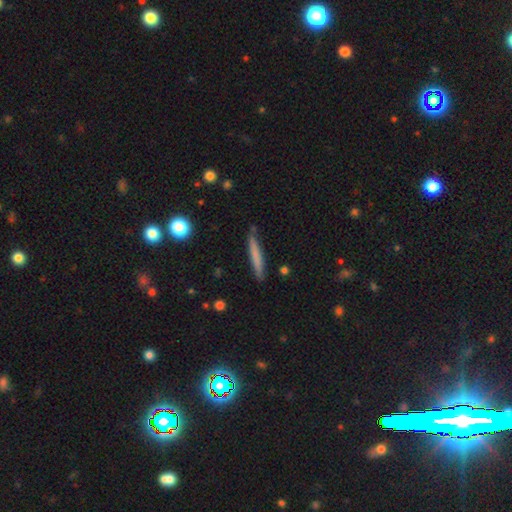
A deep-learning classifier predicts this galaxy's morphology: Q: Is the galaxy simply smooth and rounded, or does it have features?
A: smooth — 68%.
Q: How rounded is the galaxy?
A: cigar-shaped — 95%.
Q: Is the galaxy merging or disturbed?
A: none — 86%.